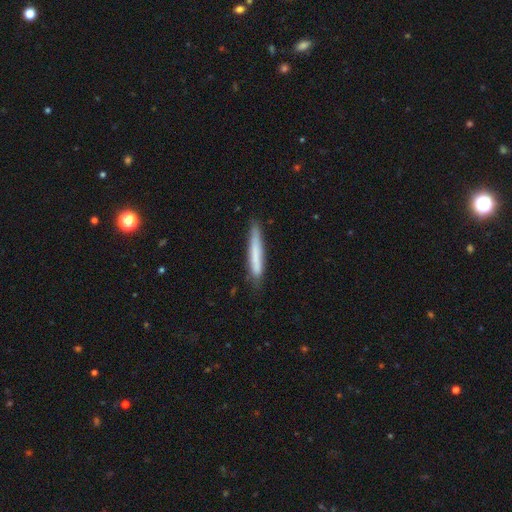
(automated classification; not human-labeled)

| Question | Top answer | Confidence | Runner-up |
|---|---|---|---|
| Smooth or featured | smooth | 69% | featured or disk (26%) |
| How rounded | cigar-shaped | 95% | in between (4%) |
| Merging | none | 79% | minor disturbance (17%) |